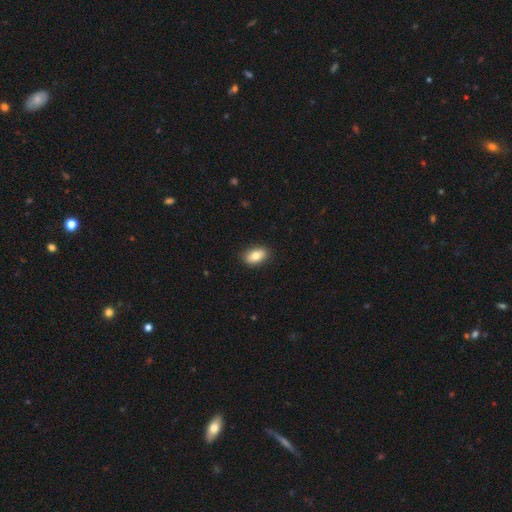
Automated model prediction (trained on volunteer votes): This is clearly a smooth galaxy (80%). How rounded: clearly in between (90%). Merging: clearly none (89%).